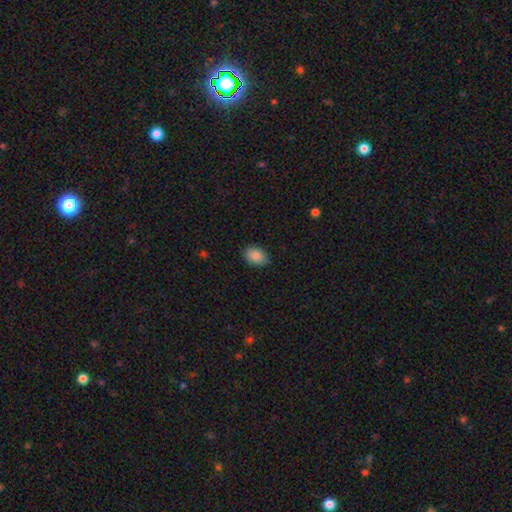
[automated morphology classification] The model was most divided on "how rounded": in between: 82%, round: 17%, cigar-shaped: 1%. More confident: merging — none (87%); smooth or featured — smooth (84%).